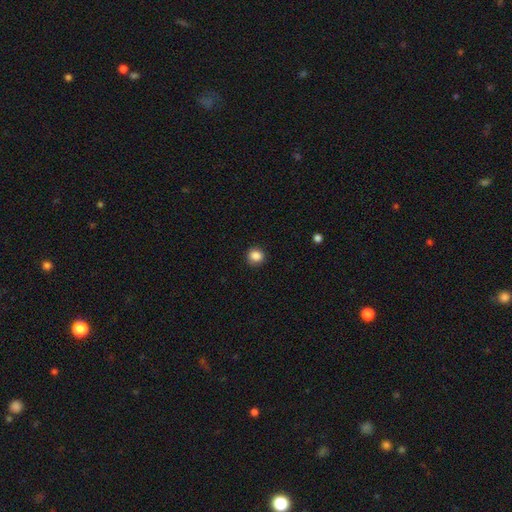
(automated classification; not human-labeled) Smooth or featured? smooth (87%)
How rounded? round (91%)
Merging? none (91%)